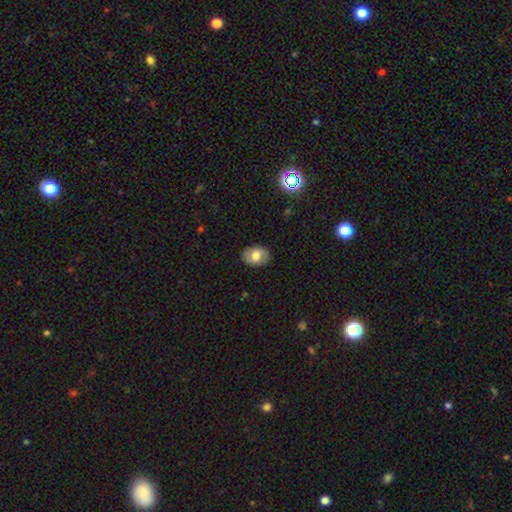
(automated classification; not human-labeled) A smooth galaxy with no disk features (67%) that is in between round and cigar-shaped (72%). Merging: none (86%).